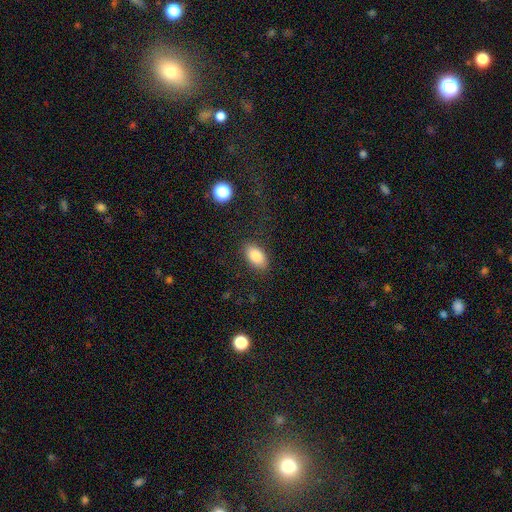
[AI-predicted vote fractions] A smooth galaxy with no disk features (84%) that is in between round and cigar-shaped (92%).

Vote fractions:
- Smooth or featured? smooth: 84% / featured or disk: 8% / star or artifact: 8%
- How rounded? in between: 92% / round: 5% / cigar-shaped: 3%
- Merging? none: 85% / minor disturbance: 10% / major disturbance: 3% / merger: 1%